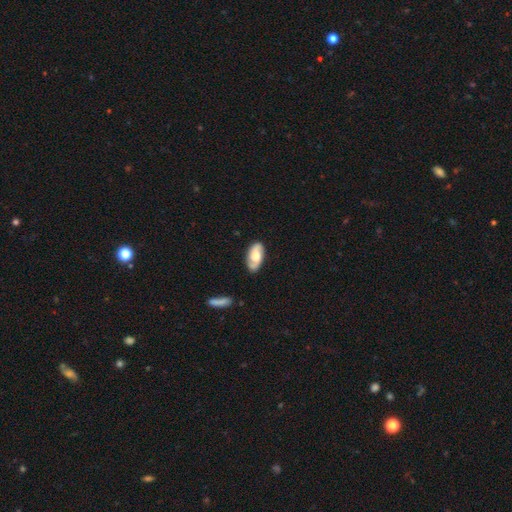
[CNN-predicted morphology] type=featured or disk (58%); edge-on=no (92%); bar=no (61%); spiral arms=yes (88%); bulge=moderate (47%); merging=none (81%).